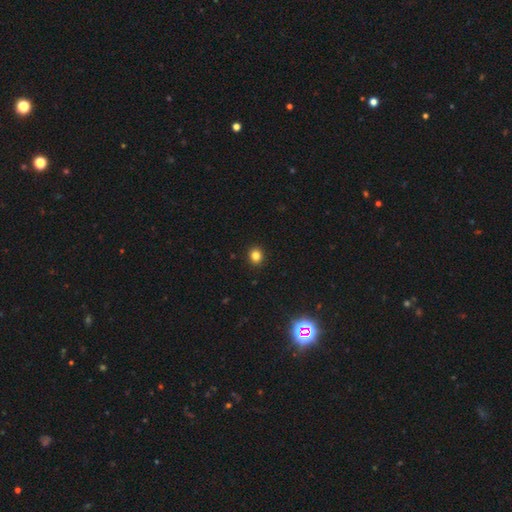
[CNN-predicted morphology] This appears to be a smooth galaxy with no disk features (83%) that is round (75%). Merging: none (92%).